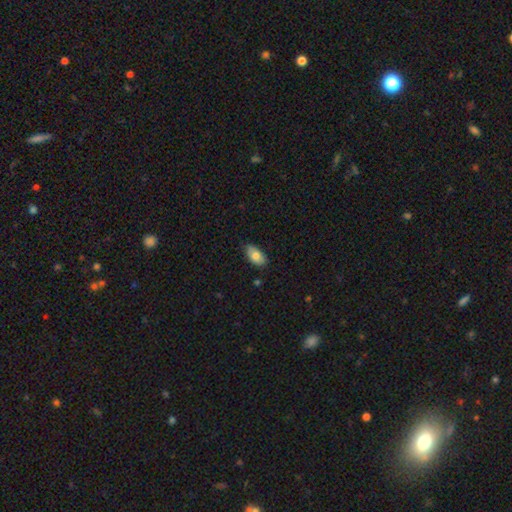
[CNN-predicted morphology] smooth-or-featured: smooth: 75% | featured or disk: 19% | star or artifact: 7%
  how-rounded: in between: 93% | round: 4% | cigar-shaped: 3%
  merging: none: 80% | minor disturbance: 17% | major disturbance: 2% | merger: 1%